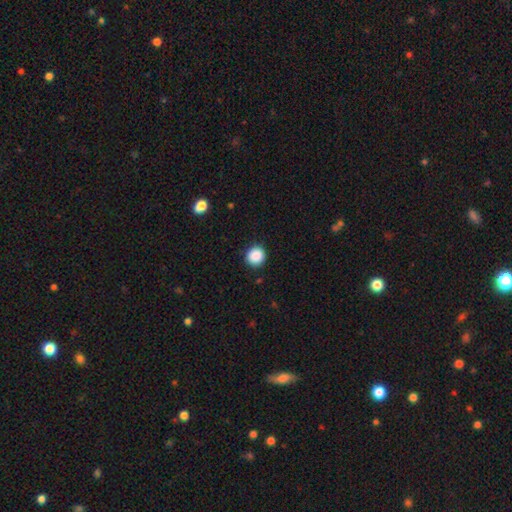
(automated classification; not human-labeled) smooth_or_featured: smooth (p=0.88) [alt: star or artifact p=0.09]
how_rounded: round (p=0.92) [alt: in between p=0.07]
merging: none (p=0.91) [alt: minor disturbance p=0.06]